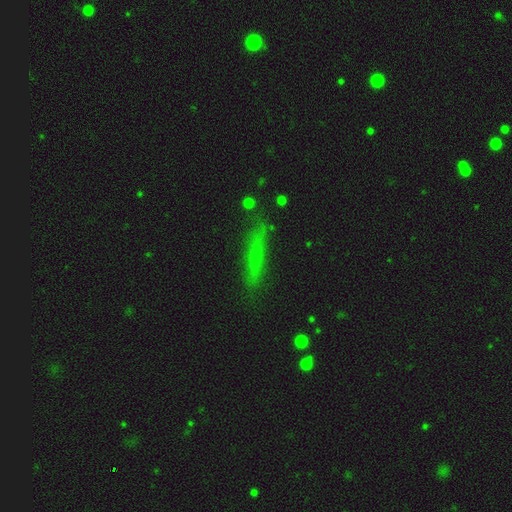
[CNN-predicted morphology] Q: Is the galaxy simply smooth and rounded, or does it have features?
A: smooth — 62%.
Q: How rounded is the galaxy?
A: cigar-shaped — 89%.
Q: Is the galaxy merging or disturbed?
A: none — 79%.